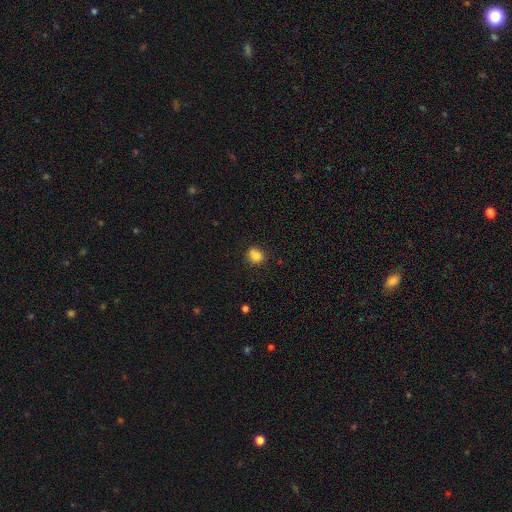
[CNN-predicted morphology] type=smooth (80%); roundness=round (77%); merging=none (62%).